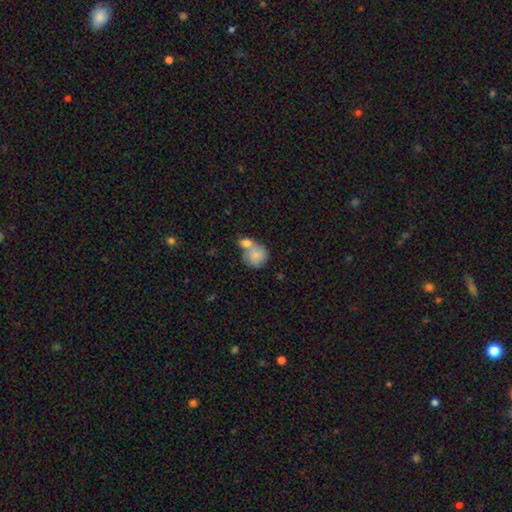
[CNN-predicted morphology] This appears to be a smooth galaxy with no disk features (82%) that is round (79%). Merging: merger (52%).